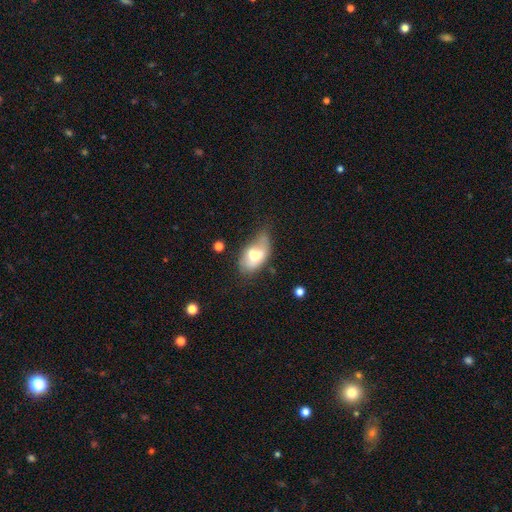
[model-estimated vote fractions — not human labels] smooth-or-featured: smooth: 61% | featured or disk: 31% | star or artifact: 8%
  how-rounded: in between: 91% | round: 7% | cigar-shaped: 2%
  merging: minor disturbance: 34% | none: 27% | major disturbance: 22% | merger: 17%